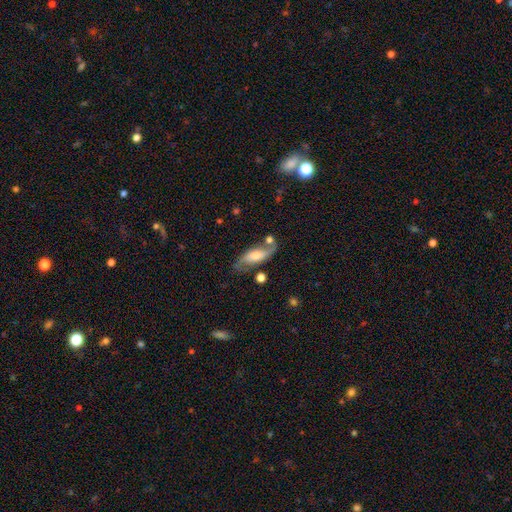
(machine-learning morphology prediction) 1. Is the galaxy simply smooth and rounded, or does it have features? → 65% featured or disk, 28% smooth, 7% star or artifact.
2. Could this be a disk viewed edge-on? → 85% no, 15% yes.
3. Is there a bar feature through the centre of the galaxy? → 49% no, 34% weak, 17% strong.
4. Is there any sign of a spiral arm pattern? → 88% yes, 12% no.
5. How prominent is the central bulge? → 42% moderate, 34% small, 14% large, 8% none, 3% dominant.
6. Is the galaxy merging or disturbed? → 61% none, 19% minor disturbance, 11% merger, 9% major disturbance.